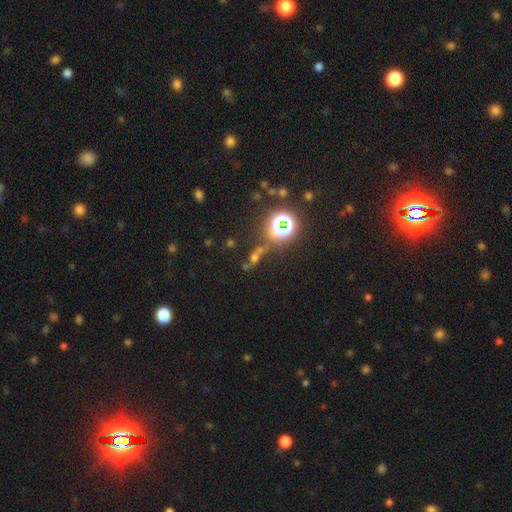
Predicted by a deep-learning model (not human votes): smooth_or_featured: star or artifact (p=0.62) [alt: smooth p=0.24]